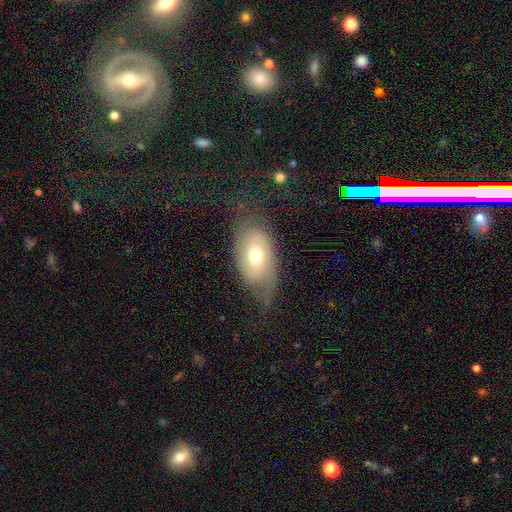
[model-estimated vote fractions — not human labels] smooth-or-featured: featured or disk: 48% | smooth: 44% | star or artifact: 8%
  merging: none: 59% | minor disturbance: 25% | major disturbance: 14% | merger: 2%